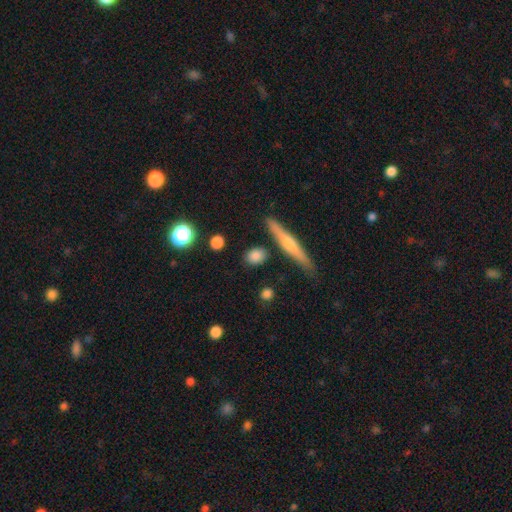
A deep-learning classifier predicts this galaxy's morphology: smooth_or_featured: smooth (p=0.80) [alt: featured or disk p=0.12]
how_rounded: in between (p=0.46) [alt: round p=0.42]
merging: none (p=0.82) [alt: minor disturbance p=0.11]